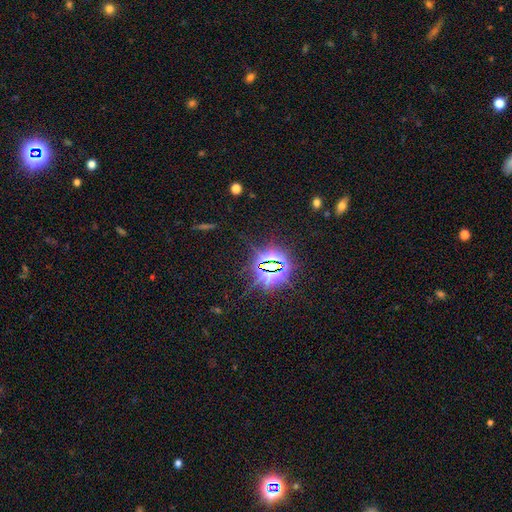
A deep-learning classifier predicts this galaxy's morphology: star or artifact 81%, smooth 12%, featured or disk 7%.